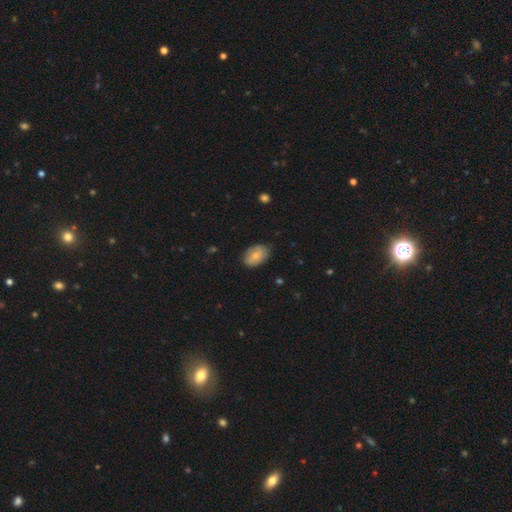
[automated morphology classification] type=smooth (75%); roundness=in between (87%); merging=none (74%).